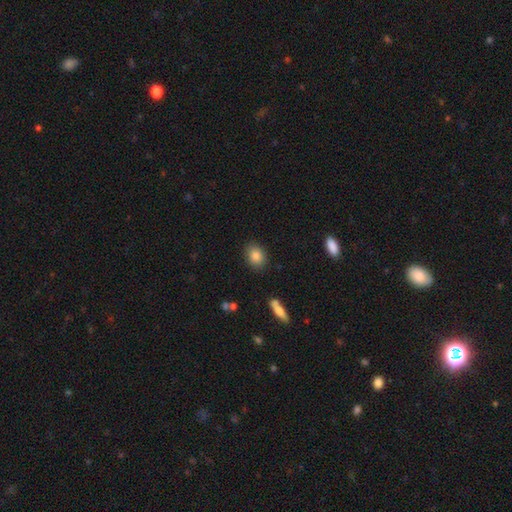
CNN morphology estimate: smooth-or-featured: smooth: 85% | star or artifact: 9% | featured or disk: 7%
  how-rounded: in between: 59% | round: 40% | cigar-shaped: 2%
  merging: none: 86% | minor disturbance: 9% | major disturbance: 2% | merger: 2%